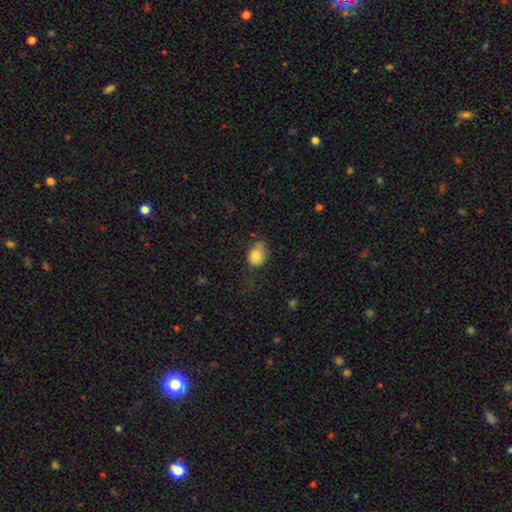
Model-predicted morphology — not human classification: A smooth galaxy with no disk features (81%) that is in between round and cigar-shaped (62%). Merging: none (42%).